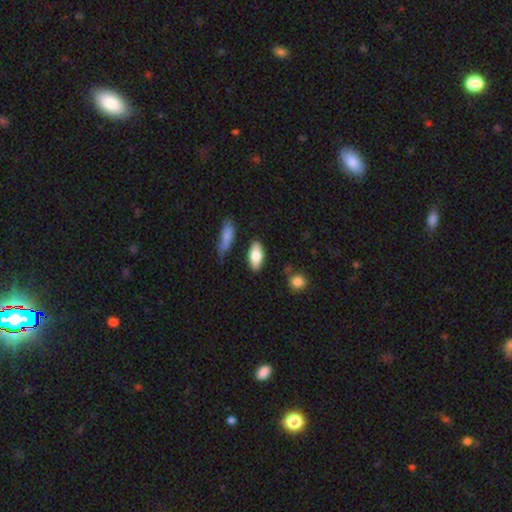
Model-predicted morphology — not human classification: This appears to be a smooth galaxy with no disk features (75%) that is in between round and cigar-shaped (84%). Merging: none (79%).